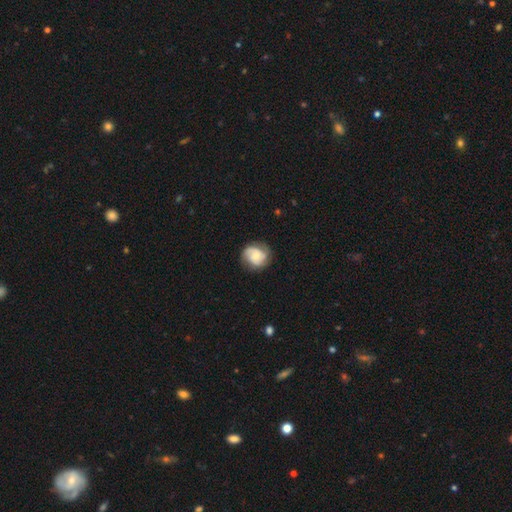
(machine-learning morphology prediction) smooth_or_featured: featured or disk (p=0.60) [alt: smooth p=0.33]
disk_edge_on: no (p=0.98) [alt: yes p=0.02]
bar: no (p=0.70) [alt: weak p=0.26]
has_spiral_arms: yes (p=0.92) [alt: no p=0.08]
spiral_winding: tight (p=0.47) [alt: medium p=0.39]
spiral_arm_count: 2 (p=0.44) [alt: 3 p=0.27]
bulge_size: small (p=0.45) [alt: moderate p=0.43]
merging: none (p=0.75) [alt: minor disturbance p=0.18]